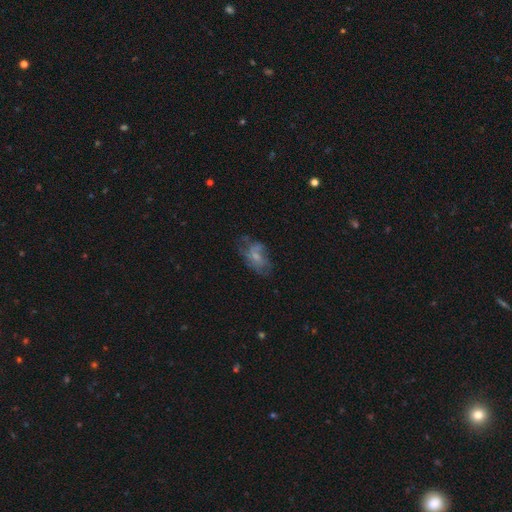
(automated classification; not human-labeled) A featured or disk galaxy (54%) with no bar (65%), spiral arms (54%) and a small central bulge (50%). Merging: none (46%).